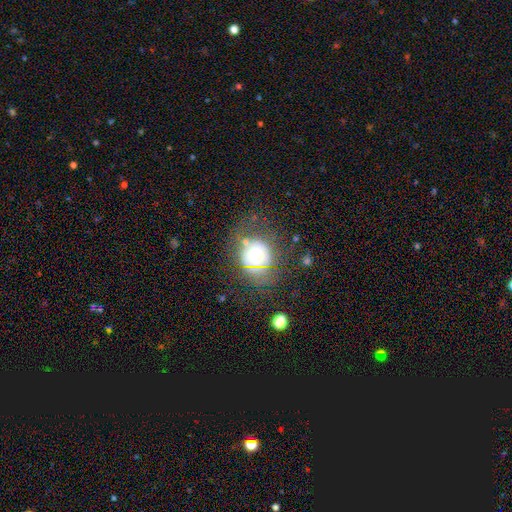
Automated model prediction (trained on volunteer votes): smooth 51%, featured or disk 33%, star or artifact 16%. Down the decision tree: how rounded — round (76%); merging — none (57%).